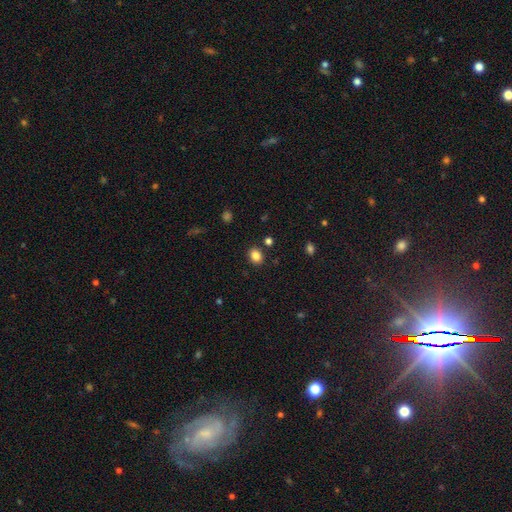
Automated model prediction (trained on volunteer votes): Morphology: type=smooth (84%); roundness=in between (51%); merging=none (85%).